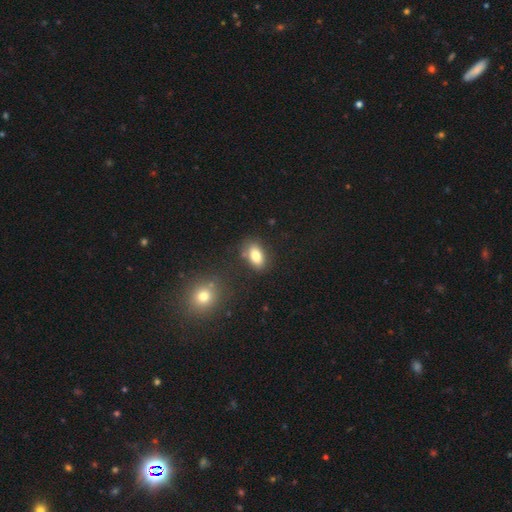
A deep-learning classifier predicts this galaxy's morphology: smooth-or-featured: smooth: 82% | featured or disk: 9% | star or artifact: 9%
  how-rounded: in between: 88% | round: 8% | cigar-shaped: 4%
  merging: none: 79% | minor disturbance: 13% | merger: 5% | major disturbance: 3%